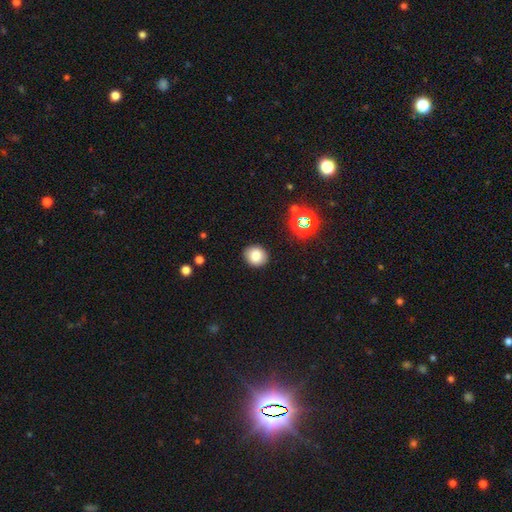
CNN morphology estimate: Smooth or featured? smooth (80%)
How rounded? round (75%)
Merging? none (90%)